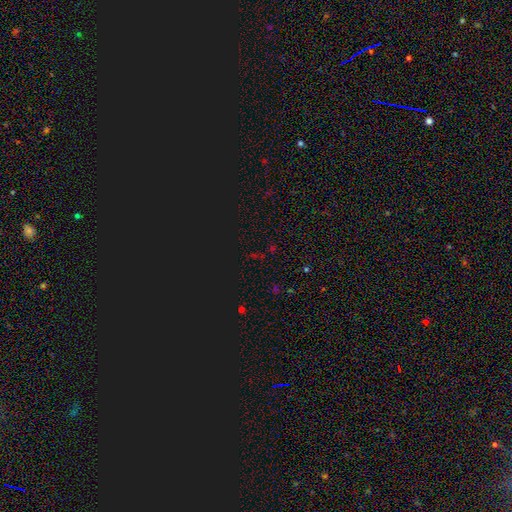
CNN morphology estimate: A star or artifact, not a galaxy (72%).

Vote fractions:
- Smooth or featured? star or artifact: 72% / smooth: 20% / featured or disk: 8%